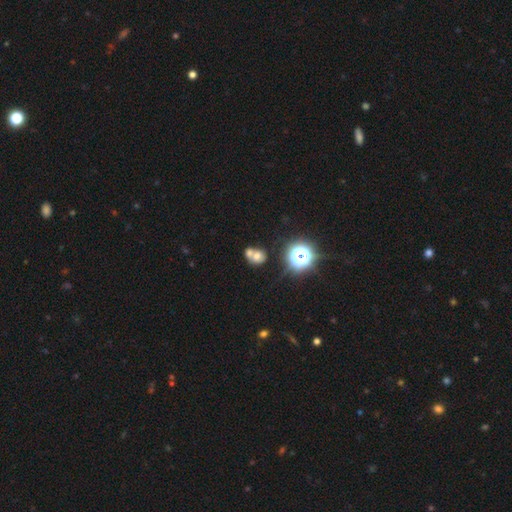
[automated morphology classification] Smooth or featured? Predicted: smooth (p=0.63). How rounded? Predicted: round (p=0.68). Merging? Predicted: merger (p=0.53).